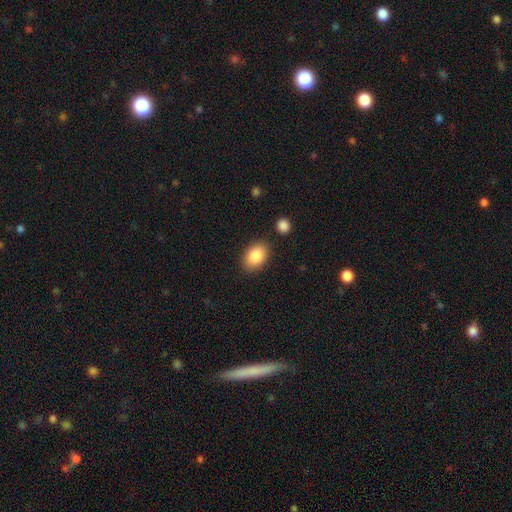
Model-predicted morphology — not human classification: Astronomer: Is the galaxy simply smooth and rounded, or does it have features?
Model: smooth — 86%.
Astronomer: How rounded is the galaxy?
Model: in between — 88%.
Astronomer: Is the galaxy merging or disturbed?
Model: none — 84%.